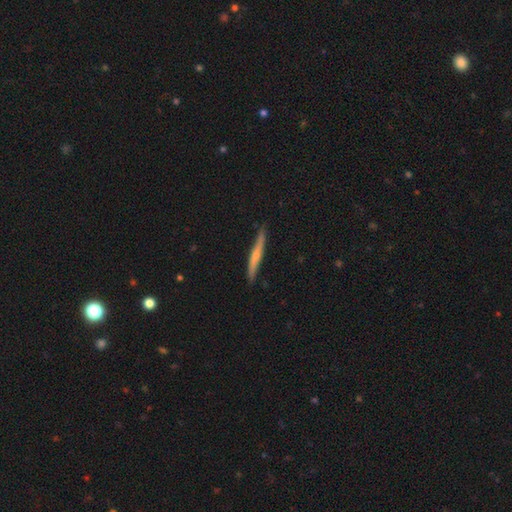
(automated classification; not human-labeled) smooth_or_featured: featured or disk (p=0.50) [alt: smooth p=0.45]
merging: none (p=0.84) [alt: minor disturbance p=0.13]